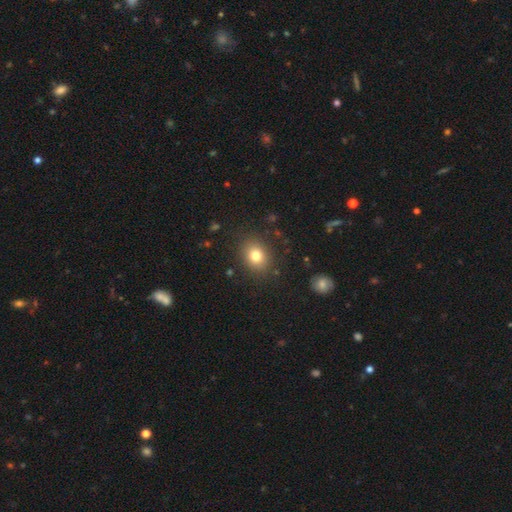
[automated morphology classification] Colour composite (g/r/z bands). It shows a smooth galaxy with no disk features (78%) that is in between round and cigar-shaped (51%). Merging: none (85%).